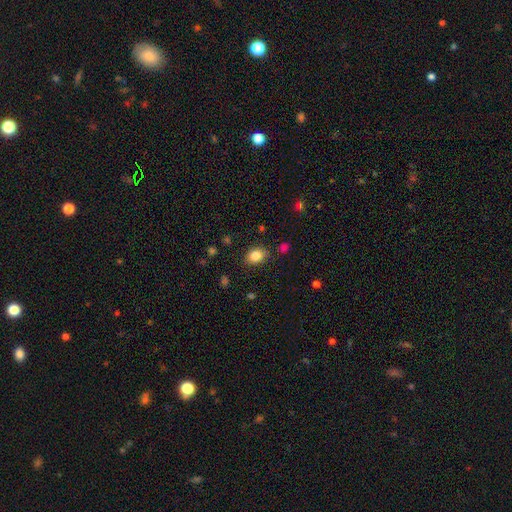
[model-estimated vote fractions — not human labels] This appears to be a smooth galaxy with no disk features (84%) that is in between round and cigar-shaped (67%). Merging: none (82%).